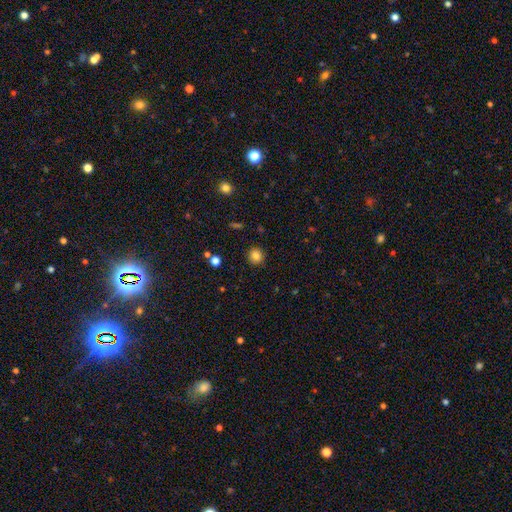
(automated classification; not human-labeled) smooth_or_featured: smooth (p=0.84) [alt: star or artifact p=0.11]
how_rounded: round (p=0.91) [alt: in between p=0.08]
merging: none (p=0.91) [alt: minor disturbance p=0.06]